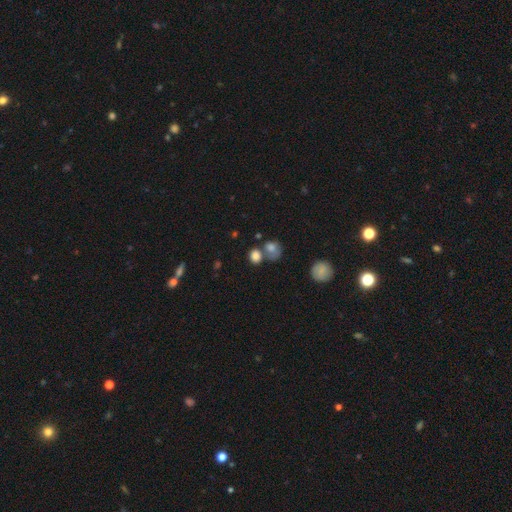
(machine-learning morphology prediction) smooth-or-featured: smooth: 81% | star or artifact: 11% | featured or disk: 8%
  how-rounded: round: 67% | in between: 32% | cigar-shaped: 1%
  merging: none: 45% | merger: 38% | minor disturbance: 11% | major disturbance: 6%